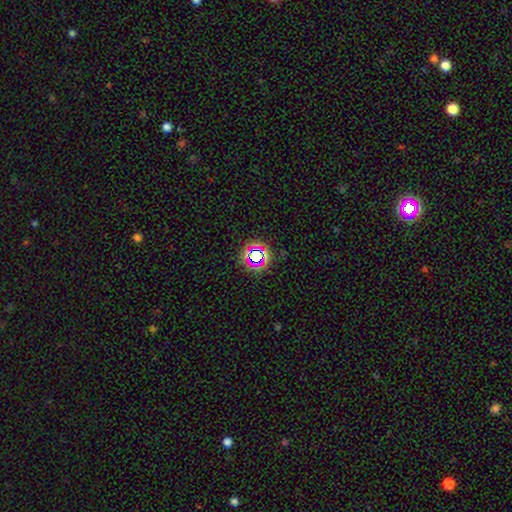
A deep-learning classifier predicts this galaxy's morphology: smooth-or-featured: star or artifact: 63% | smooth: 26% | featured or disk: 11%